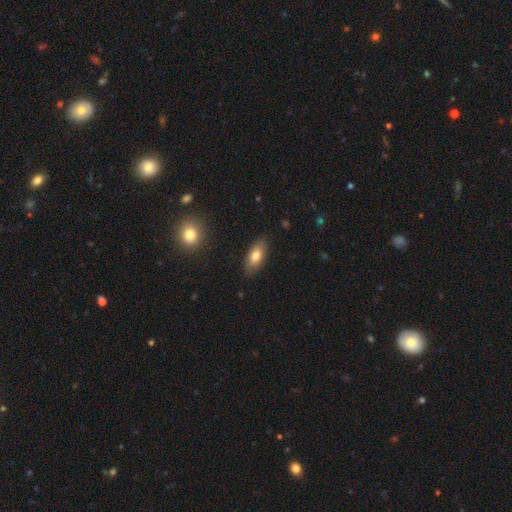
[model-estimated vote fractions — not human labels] A smooth galaxy with no disk features (76%) that is in between round and cigar-shaped (82%).

Vote fractions:
- Smooth or featured? smooth: 76% / featured or disk: 17% / star or artifact: 7%
- How rounded? in between: 82% / cigar-shaped: 14% / round: 4%
- Merging? none: 86% / minor disturbance: 10% / major disturbance: 2% / merger: 1%